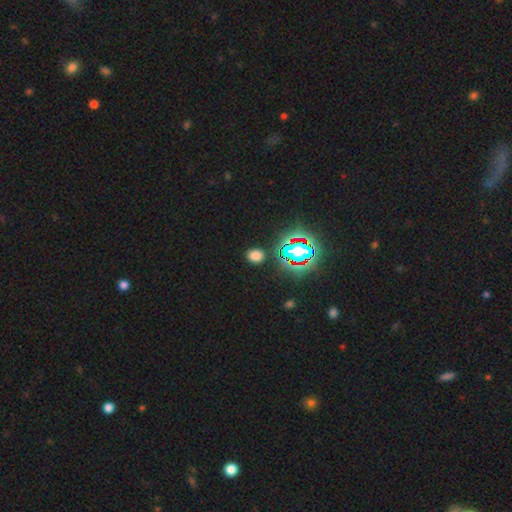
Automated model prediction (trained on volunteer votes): Smooth or featured?
  - smooth: 66% *
  - star or artifact: 28%
  - featured or disk: 6%
How rounded?
  - round: 60% *
  - in between: 39%
  - cigar-shaped: 2%
Merging?
  - none: 87% *
  - minor disturbance: 8%
  - major disturbance: 3%
  - merger: 2%